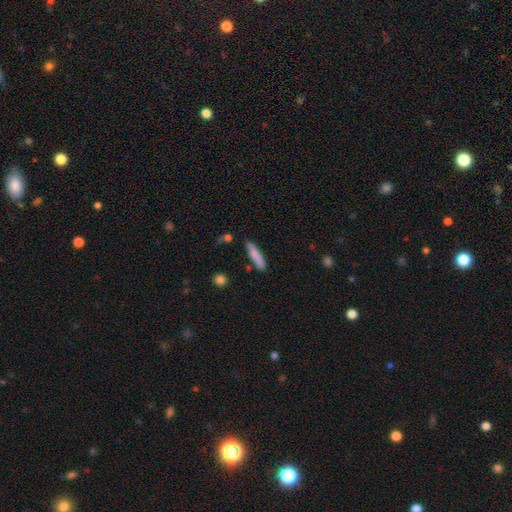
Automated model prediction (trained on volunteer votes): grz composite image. It shows a smooth galaxy with no disk features (78%) that is cigar-shaped (85%). Merging: none (80%).